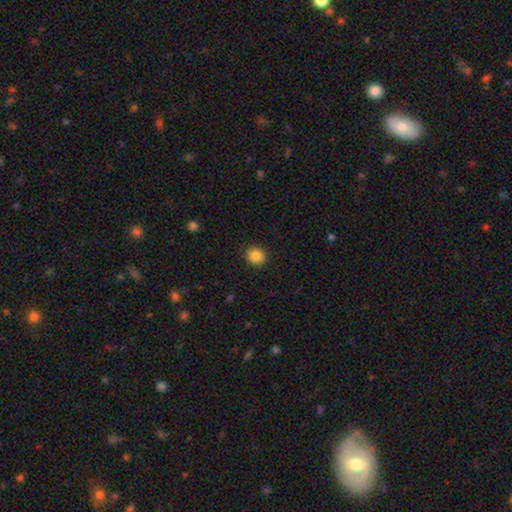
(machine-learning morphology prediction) Smooth or featured?
  - smooth: 86% *
  - star or artifact: 9%
  - featured or disk: 4%
How rounded?
  - round: 82% *
  - in between: 17%
  - cigar-shaped: 1%
Merging?
  - none: 91% *
  - minor disturbance: 6%
  - major disturbance: 2%
  - merger: 1%